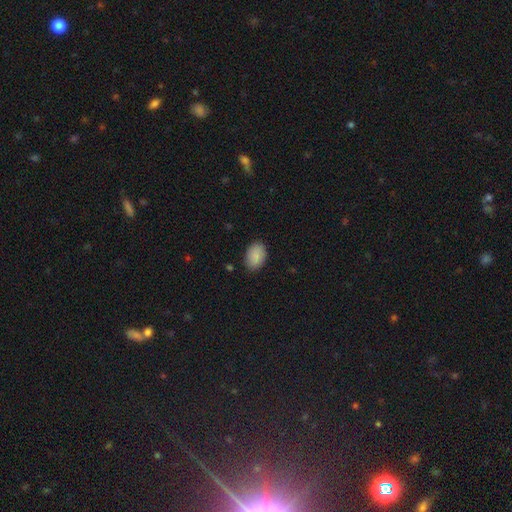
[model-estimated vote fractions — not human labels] Smooth or featured: smooth — 89% (star or artifact — 7%)
How rounded: in between — 85% (round — 14%)
Merging: none — 85% (minor disturbance — 11%)